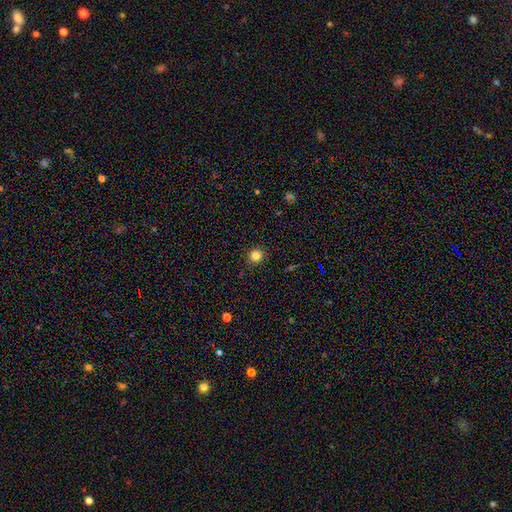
Overall: smooth (87%). How rounded: round (94%). Merging: none (89%).